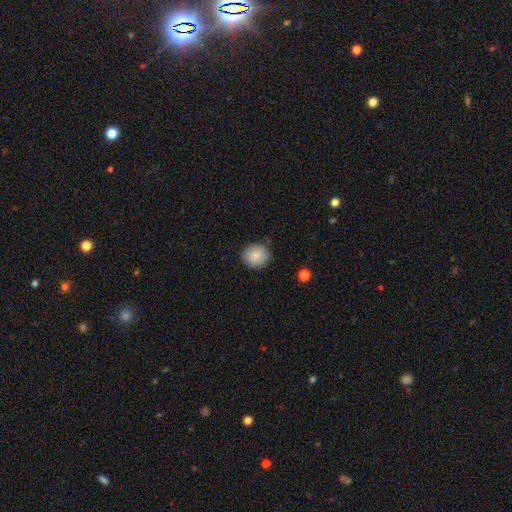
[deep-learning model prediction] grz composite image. It shows a smooth galaxy with no disk features (85%) that is round (84%). Merging: none (81%).